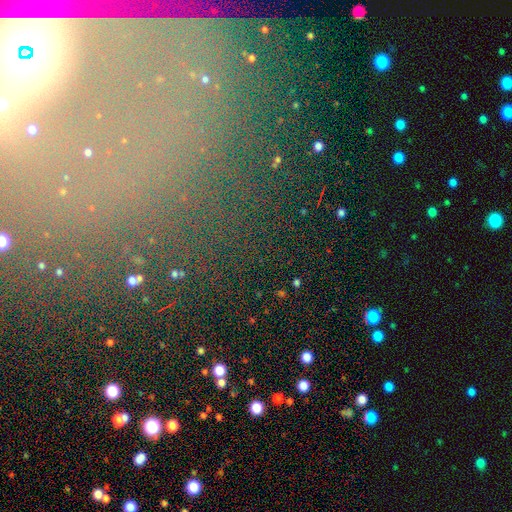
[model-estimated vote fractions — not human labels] Smooth or featured? star or artifact (64%)